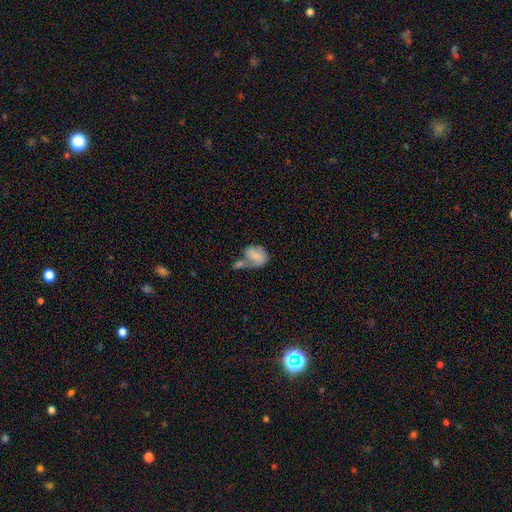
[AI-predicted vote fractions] The model was most divided on "merging": merger: 44%, none: 21%, major disturbance: 18%, minor disturbance: 16%. More confident: how rounded — in between (72%); smooth or featured — smooth (60%).